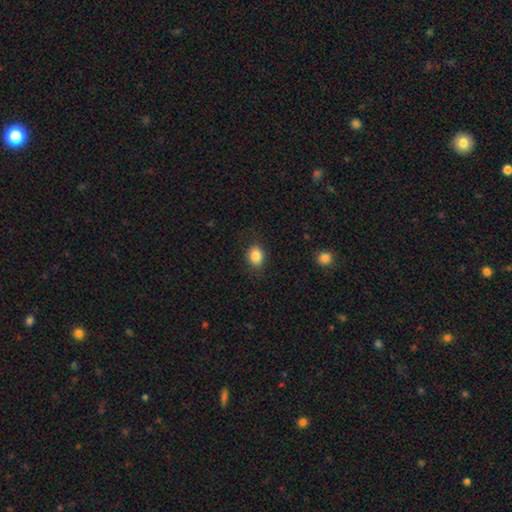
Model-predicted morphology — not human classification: A smooth galaxy with no disk features (85%) that is round (51%).

Vote fractions:
- Smooth or featured? smooth: 85% / star or artifact: 9% / featured or disk: 6%
- How rounded? round: 51% / in between: 48% / cigar-shaped: 1%
- Merging? none: 84% / minor disturbance: 11% / major disturbance: 3% / merger: 1%